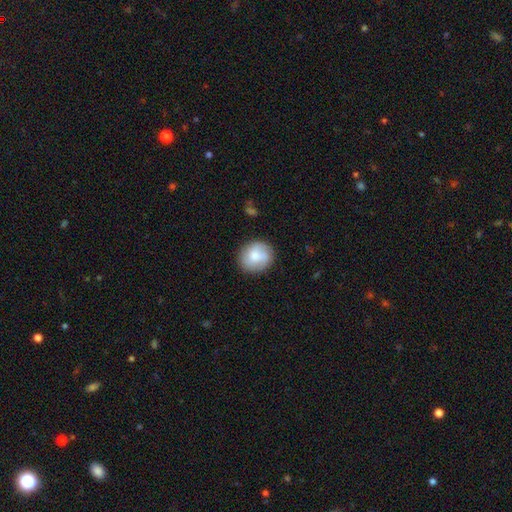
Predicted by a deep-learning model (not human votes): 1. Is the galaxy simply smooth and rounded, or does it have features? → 68% smooth, 25% featured or disk, 7% star or artifact.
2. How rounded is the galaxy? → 82% round, 17% in between, 1% cigar-shaped.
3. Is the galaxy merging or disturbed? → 83% none, 12% minor disturbance, 3% major disturbance, 1% merger.